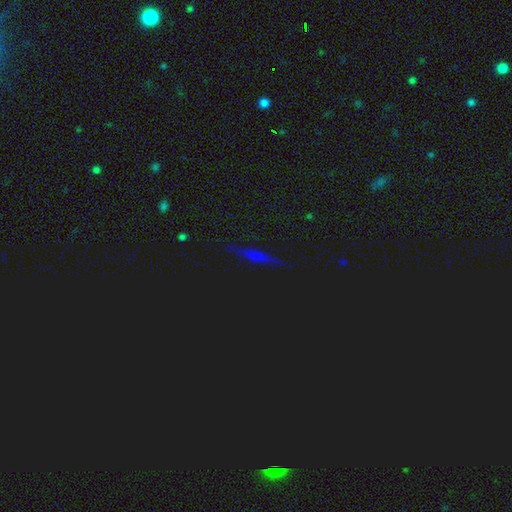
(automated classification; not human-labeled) A star or artifact, not a galaxy (46%).

Vote fractions:
- Smooth or featured? star or artifact: 46% / smooth: 30% / featured or disk: 24%